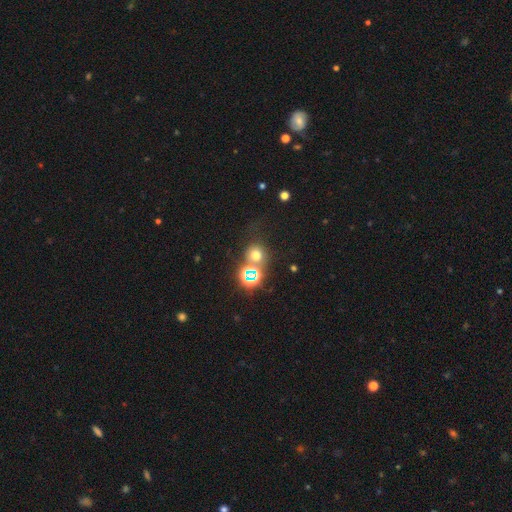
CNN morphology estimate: The model was most divided on "smooth or featured": smooth: 57%, star or artifact: 34%, featured or disk: 9%. More confident: how rounded — round (83%); merging — none (64%).